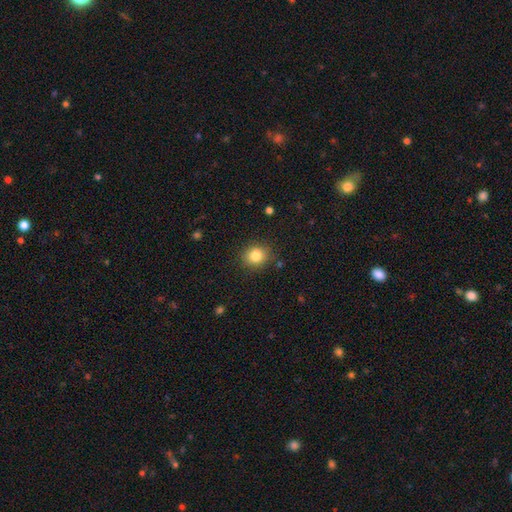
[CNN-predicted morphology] Overall: smooth (84%). How rounded: round (76%). Merging: none (87%).